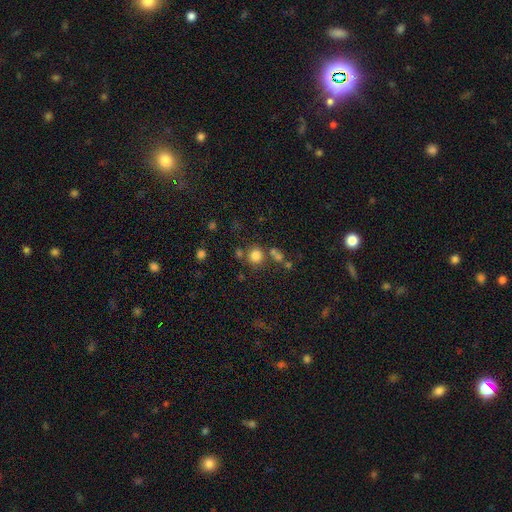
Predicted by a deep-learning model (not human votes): Smooth or featured?
  - smooth: 78% *
  - star or artifact: 15%
  - featured or disk: 7%
How rounded?
  - round: 88% *
  - in between: 11%
  - cigar-shaped: 1%
Merging?
  - none: 68% *
  - merger: 17%
  - minor disturbance: 10%
  - major disturbance: 5%